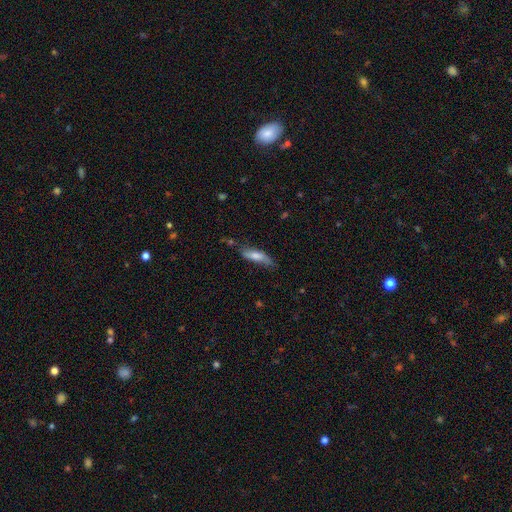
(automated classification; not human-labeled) This appears to be a smooth galaxy with no disk features (64%) that is cigar-shaped (59%). Merging: none (59%).